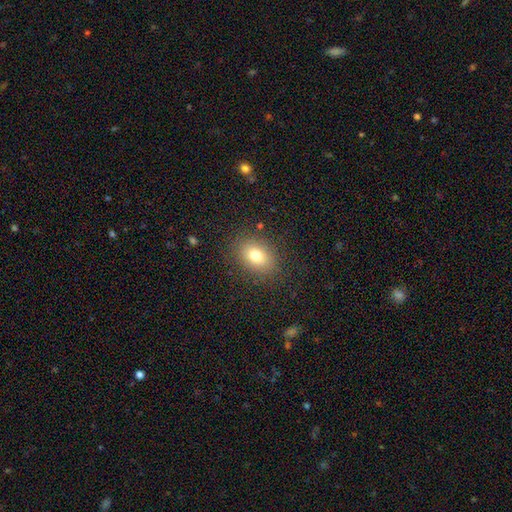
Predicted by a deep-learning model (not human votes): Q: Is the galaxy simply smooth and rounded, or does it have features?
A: smooth — 77%.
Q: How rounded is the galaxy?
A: in between — 69%.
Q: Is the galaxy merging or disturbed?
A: none — 84%.